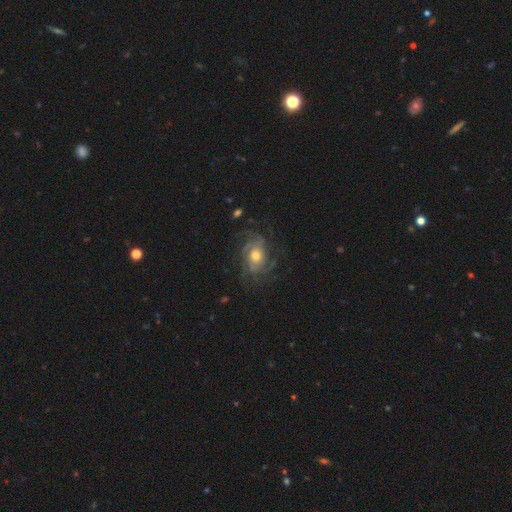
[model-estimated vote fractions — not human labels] smooth-or-featured: featured or disk: 85% | smooth: 8% | star or artifact: 6%
  disk-edge-on: no: 97% | yes: 3%
    bar: no: 77% | weak: 19% | strong: 4%
    has-spiral-arms: yes: 96% | no: 4%
      spiral-winding: tight: 53% | medium: 36% | loose: 11%
      spiral-arm-count: can't tell: 25% | 4: 24% | 3: 20% | more than 4: 13% | 2: 11% | 1: 7%
    bulge-size: moderate: 66% | small: 20% | large: 12% | none: 1% | dominant: 1%
  merging: none: 71% | minor disturbance: 16% | major disturbance: 11% | merger: 1%